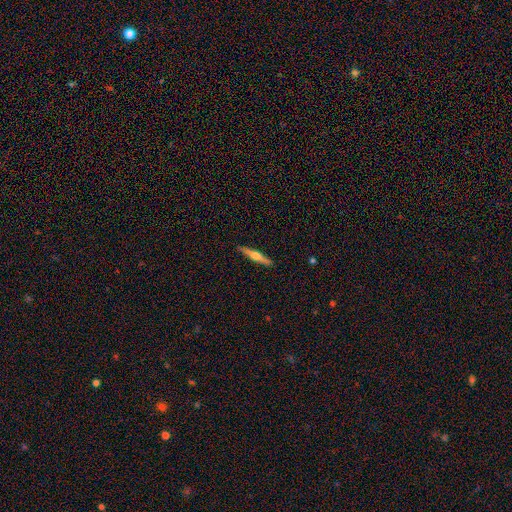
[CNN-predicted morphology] type=featured or disk (68%); edge-on=yes (98%); edge-on bulge=rounded (92%); merging=none (91%).